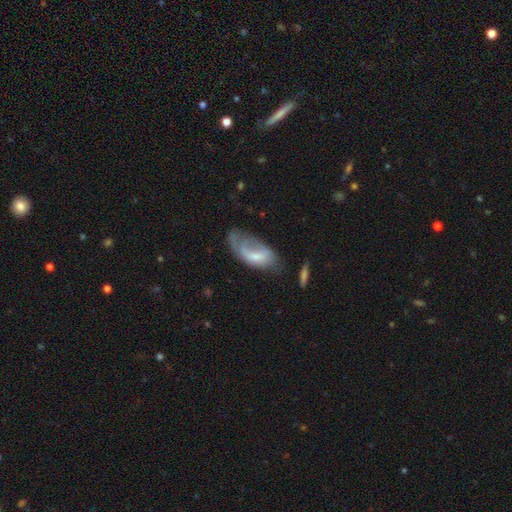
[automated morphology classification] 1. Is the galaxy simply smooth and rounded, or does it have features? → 48% smooth, 45% featured or disk, 7% star or artifact.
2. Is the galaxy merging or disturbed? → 42% major disturbance, 28% minor disturbance, 26% none, 5% merger.